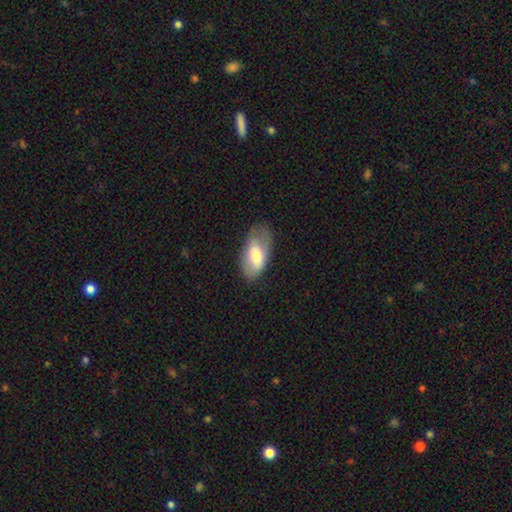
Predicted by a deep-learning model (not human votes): smooth-or-featured: smooth: 65% | featured or disk: 29% | star or artifact: 6%
  how-rounded: in between: 93% | round: 4% | cigar-shaped: 3%
  merging: none: 63% | minor disturbance: 26% | major disturbance: 10% | merger: 1%